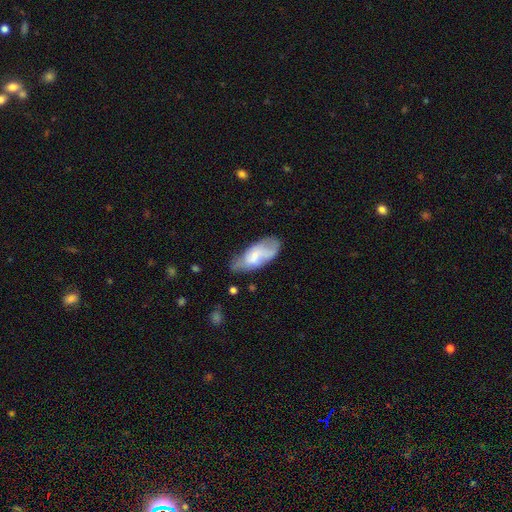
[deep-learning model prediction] The model was most divided on "merging": none: 47%, minor disturbance: 32%, major disturbance: 16%, merger: 5%. More confident: how rounded — in between (86%); smooth or featured — smooth (56%).